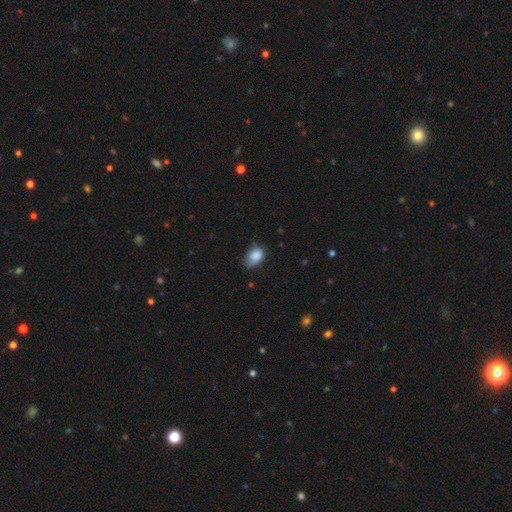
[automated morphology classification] smooth_or_featured: smooth (p=0.86) [alt: star or artifact p=0.08]
how_rounded: in between (p=0.80) [alt: round p=0.18]
merging: none (p=0.56) [alt: minor disturbance p=0.35]